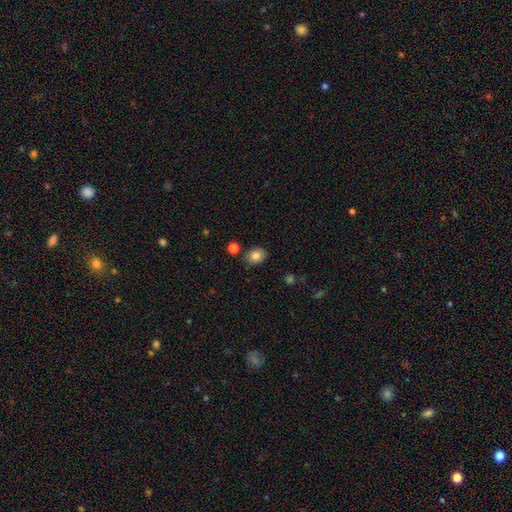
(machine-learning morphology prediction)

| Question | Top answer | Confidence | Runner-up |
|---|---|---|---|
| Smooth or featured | smooth | 84% | star or artifact (9%) |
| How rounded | in between | 55% | round (44%) |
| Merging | none | 82% | minor disturbance (12%) |